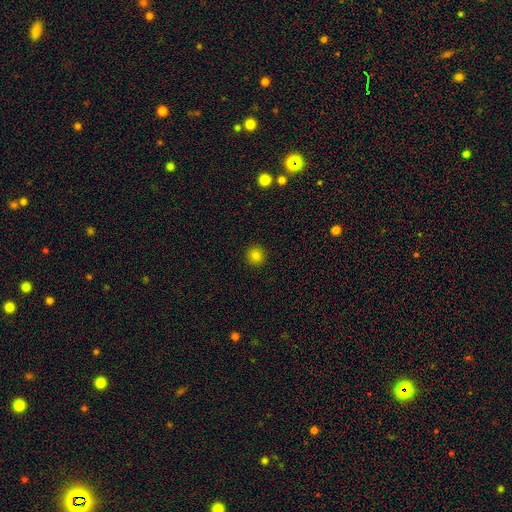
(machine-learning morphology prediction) type=smooth (83%); roundness=round (92%); merging=none (92%).